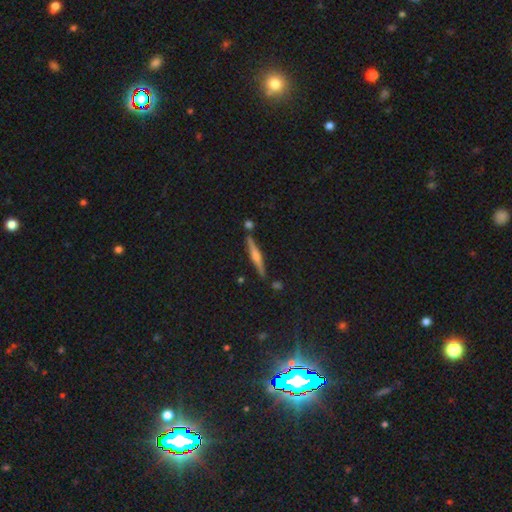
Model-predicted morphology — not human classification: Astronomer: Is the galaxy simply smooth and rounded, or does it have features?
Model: featured or disk — 70%.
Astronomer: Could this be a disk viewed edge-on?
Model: yes — 97%.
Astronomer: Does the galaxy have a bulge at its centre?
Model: rounded — 75%.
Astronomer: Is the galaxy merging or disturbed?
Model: none — 86%.